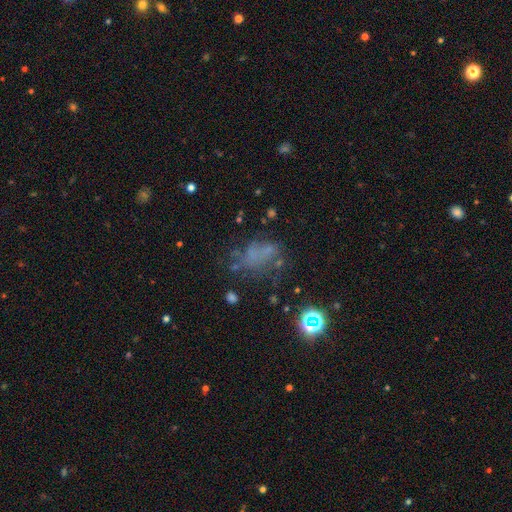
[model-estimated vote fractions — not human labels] Smooth or featured?
  - smooth: 38% *
  - featured or disk: 32%
  - star or artifact: 29%
Merging?
  - none: 44% *
  - major disturbance: 26%
  - minor disturbance: 22%
  - merger: 8%